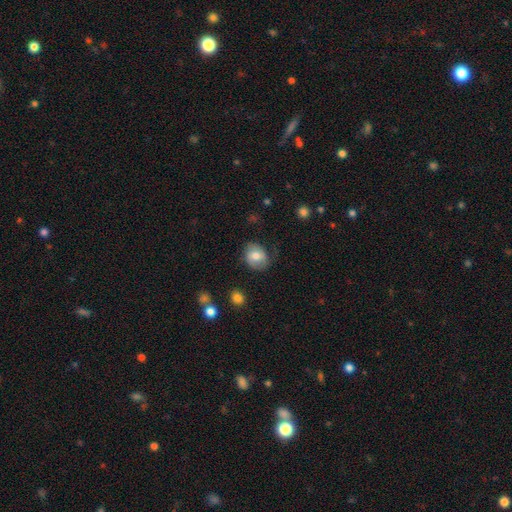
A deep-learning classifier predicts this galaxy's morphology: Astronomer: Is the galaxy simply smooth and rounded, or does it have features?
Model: smooth — 66%.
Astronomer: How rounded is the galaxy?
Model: round — 60% (runner-up: in between, 39%).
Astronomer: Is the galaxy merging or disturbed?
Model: none — 70%.